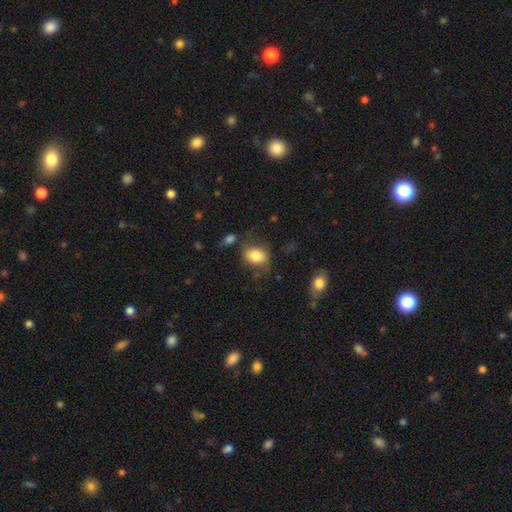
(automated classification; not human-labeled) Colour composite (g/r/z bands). It shows a smooth galaxy with no disk features (74%) that is in between round and cigar-shaped (72%). Merging: none (54%).